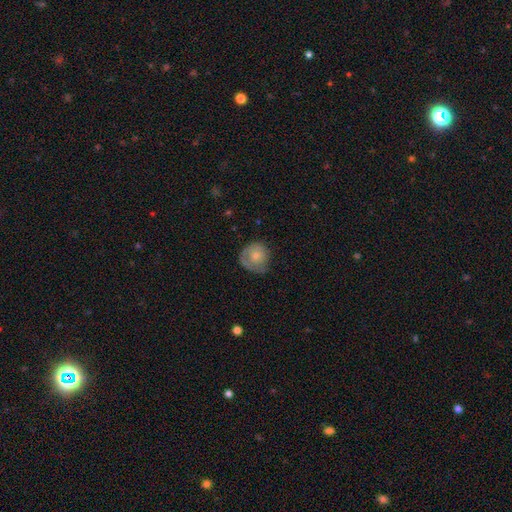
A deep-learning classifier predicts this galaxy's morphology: Smooth or featured?
  - smooth: 63% *
  - featured or disk: 31%
  - star or artifact: 7%
How rounded?
  - round: 85% *
  - in between: 14%
  - cigar-shaped: 1%
Merging?
  - none: 56% *
  - minor disturbance: 29%
  - major disturbance: 13%
  - merger: 2%